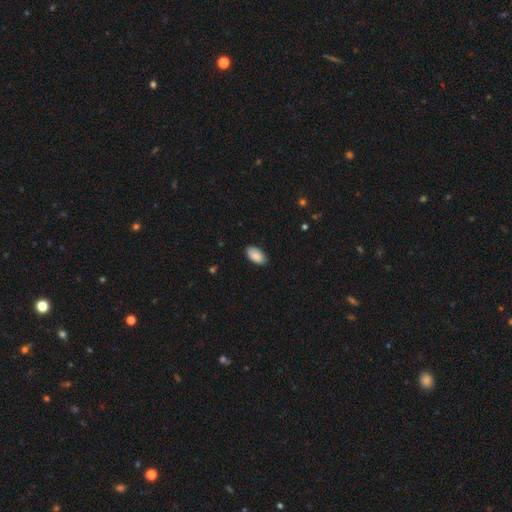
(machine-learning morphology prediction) smooth_or_featured: smooth (p=0.88) [alt: star or artifact p=0.06]
how_rounded: in between (p=0.96) [alt: round p=0.02]
merging: none (p=0.84) [alt: minor disturbance p=0.13]